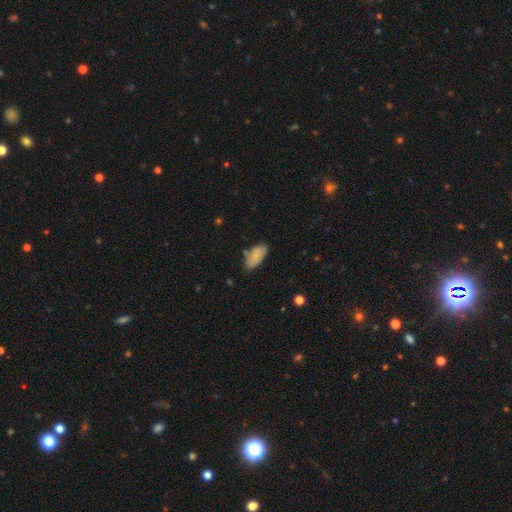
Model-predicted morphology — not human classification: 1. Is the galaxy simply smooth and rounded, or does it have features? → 85% smooth, 8% featured or disk, 7% star or artifact.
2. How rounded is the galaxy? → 91% in between, 7% cigar-shaped, 2% round.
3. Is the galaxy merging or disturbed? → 68% none, 23% minor disturbance, 5% major disturbance, 4% merger.